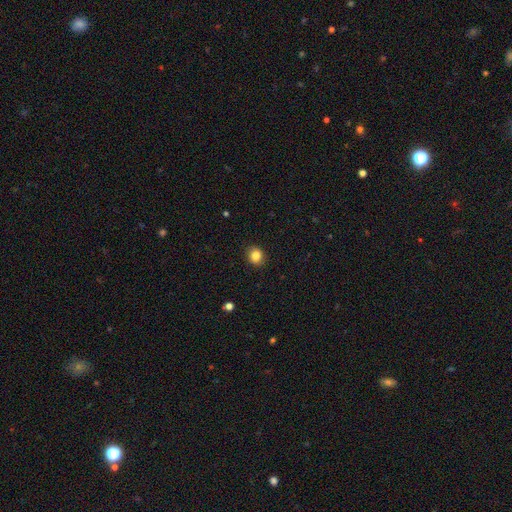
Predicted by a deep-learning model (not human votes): Smooth or featured?
  - smooth: 85% *
  - star or artifact: 10%
  - featured or disk: 5%
How rounded?
  - round: 74% *
  - in between: 25%
  - cigar-shaped: 1%
Merging?
  - none: 91% *
  - minor disturbance: 6%
  - major disturbance: 2%
  - merger: 1%